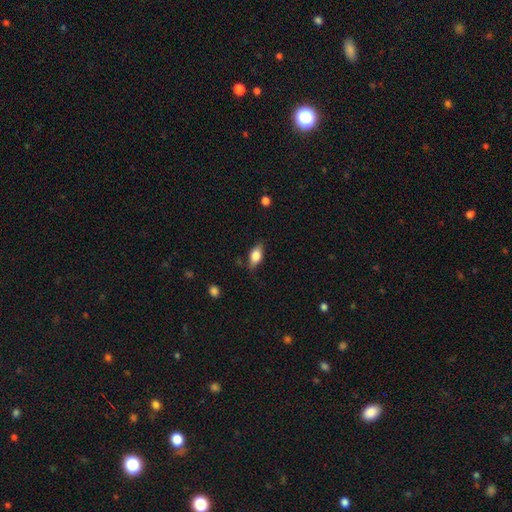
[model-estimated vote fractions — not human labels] Q: Smooth or featured?
A: smooth (72%); runner-up: featured or disk (20%)
Q: How rounded?
A: in between (85%); runner-up: cigar-shaped (9%)
Q: Merging?
A: none (76%); runner-up: minor disturbance (19%)